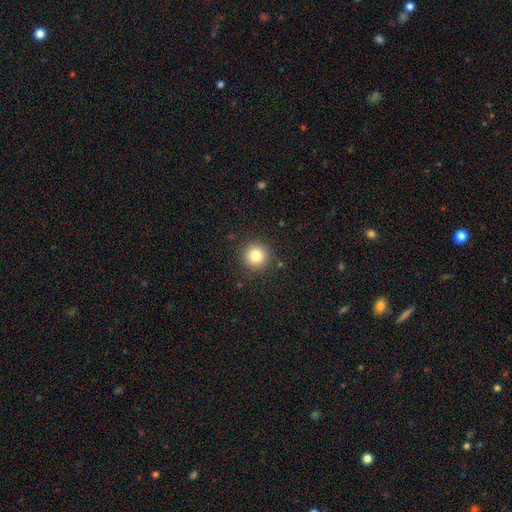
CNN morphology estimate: type=smooth (82%); roundness=round (95%); merging=none (90%).